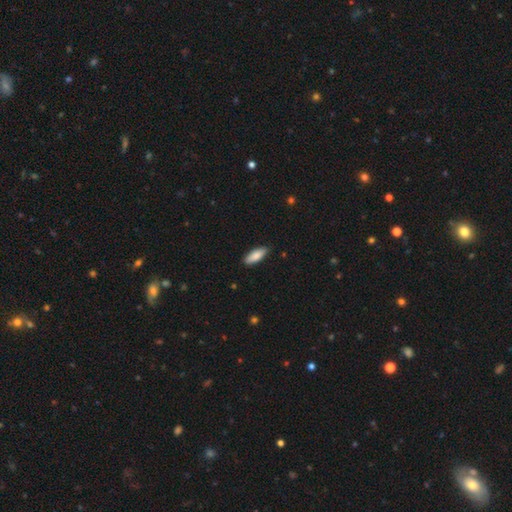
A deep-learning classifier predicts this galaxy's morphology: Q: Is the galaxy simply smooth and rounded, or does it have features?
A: smooth — 86%.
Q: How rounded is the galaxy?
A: in between — 67%.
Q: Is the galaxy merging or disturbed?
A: none — 87%.